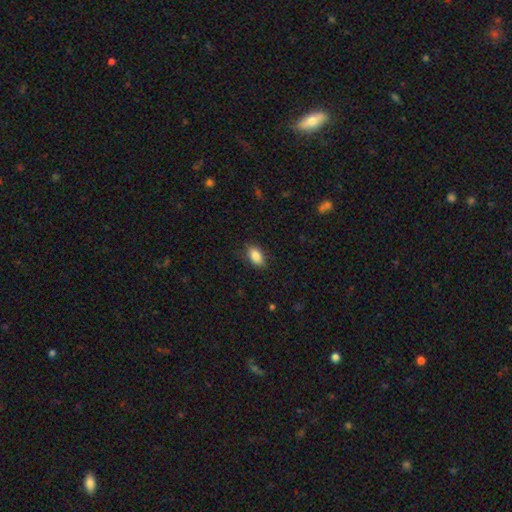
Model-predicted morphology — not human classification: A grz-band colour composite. It shows a smooth galaxy with no disk features (86%) that is in between round and cigar-shaped (90%). Merging: none (82%).